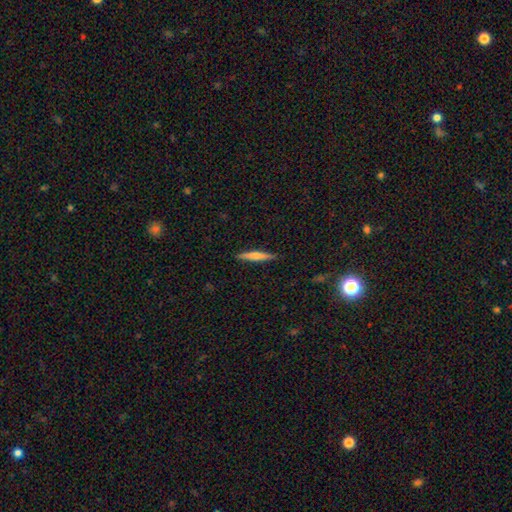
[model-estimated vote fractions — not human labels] smooth 53%, featured or disk 41%, star or artifact 6%. Down the decision tree: how rounded — cigar-shaped (92%); merging — none (90%).